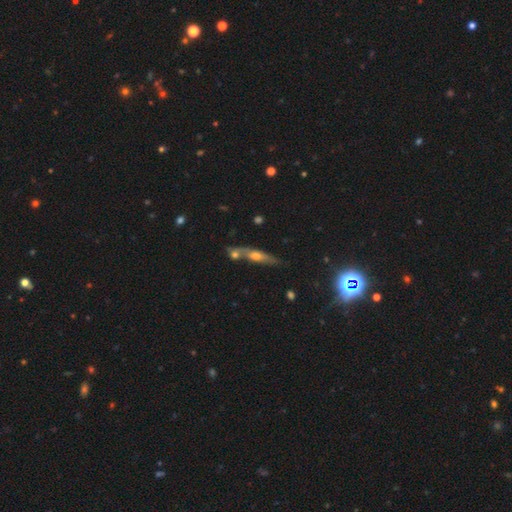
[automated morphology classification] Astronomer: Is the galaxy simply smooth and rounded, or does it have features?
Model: featured or disk — 53% (runner-up: smooth, 37%).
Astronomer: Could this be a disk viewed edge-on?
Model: yes — 77%.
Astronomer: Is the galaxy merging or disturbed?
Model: none — 50% (runner-up: merger, 30%).